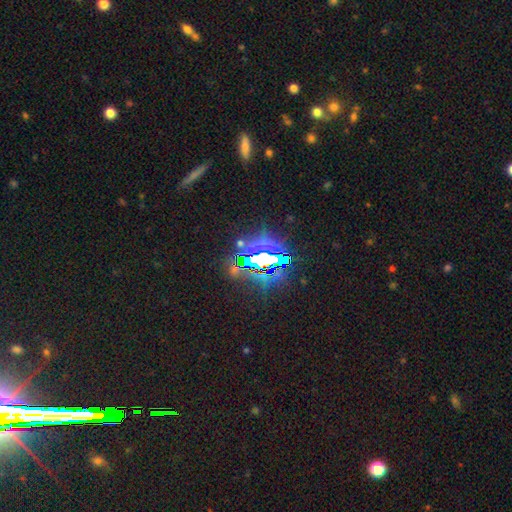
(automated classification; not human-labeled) Smooth or featured? star or artifact (82%)